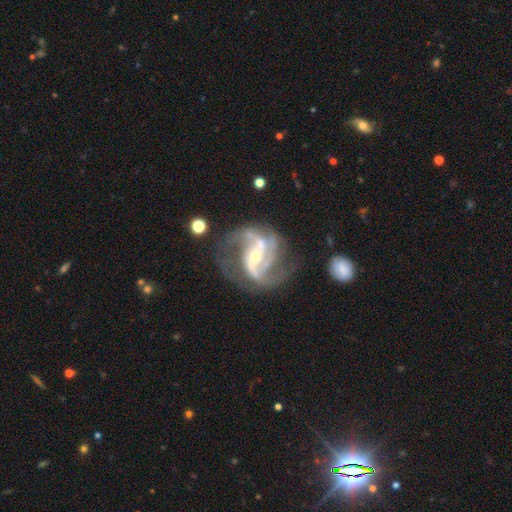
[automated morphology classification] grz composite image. It shows a featured or disk galaxy (91%) with a weak bar (39%), 2 (58%) medium (52%) spiral arms (97%) and a small central bulge (58%). Merging: none (57%).